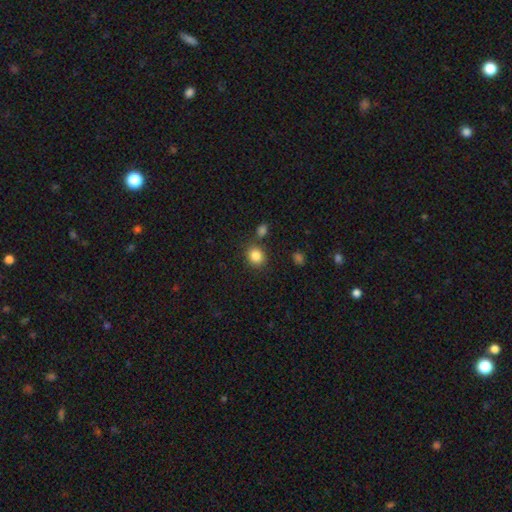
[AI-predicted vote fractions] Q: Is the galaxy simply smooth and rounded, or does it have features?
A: smooth — 85%.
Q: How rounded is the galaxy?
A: round — 72%.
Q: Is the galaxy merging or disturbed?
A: none — 78%.